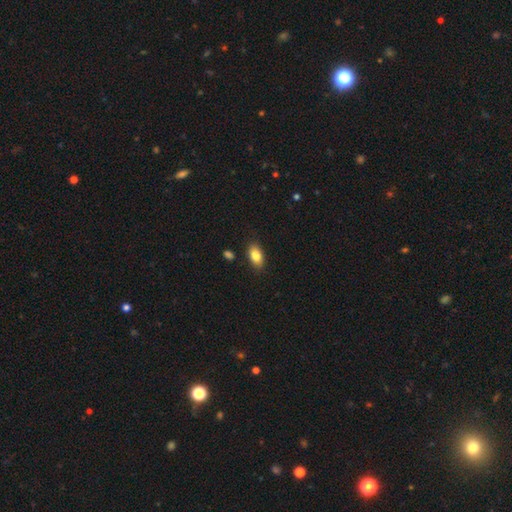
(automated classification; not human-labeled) Smooth or featured? smooth (84%)
How rounded? in between (90%)
Merging? none (86%)